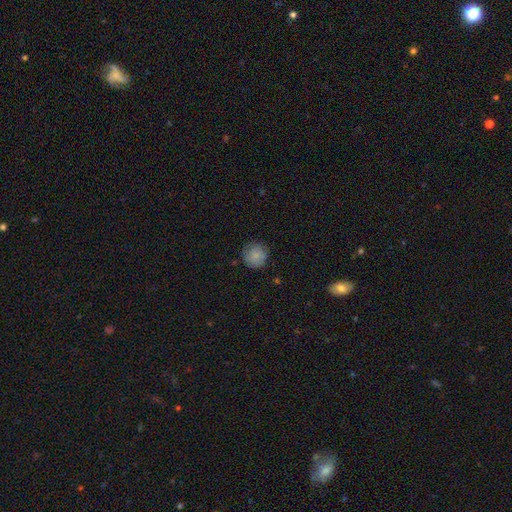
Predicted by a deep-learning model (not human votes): The model was most divided on "merging": none: 83%, minor disturbance: 13%, major disturbance: 3%, merger: 1%. More confident: how rounded — round (94%); smooth or featured — smooth (84%).